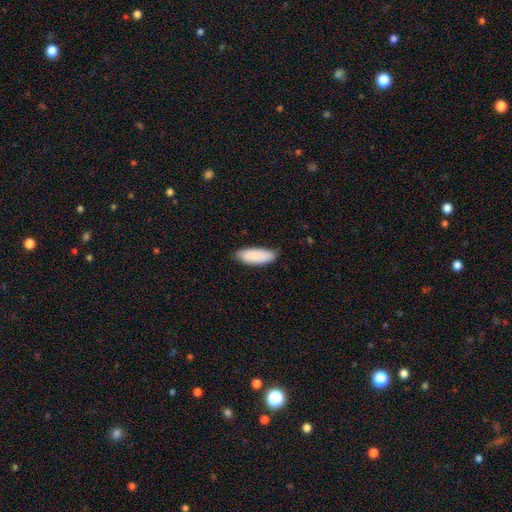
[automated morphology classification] Smooth or featured?
  - smooth: 87% *
  - featured or disk: 8%
  - star or artifact: 6%
How rounded?
  - in between: 76% *
  - cigar-shaped: 22%
  - round: 2%
Merging?
  - none: 77% *
  - minor disturbance: 19%
  - major disturbance: 2%
  - merger: 1%